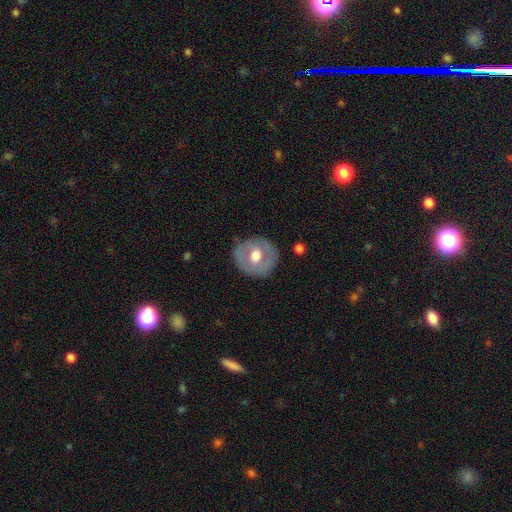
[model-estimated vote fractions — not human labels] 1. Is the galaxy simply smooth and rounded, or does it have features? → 50% featured or disk, 45% smooth, 6% star or artifact.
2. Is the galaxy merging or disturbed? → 82% none, 13% minor disturbance, 4% major disturbance, 1% merger.